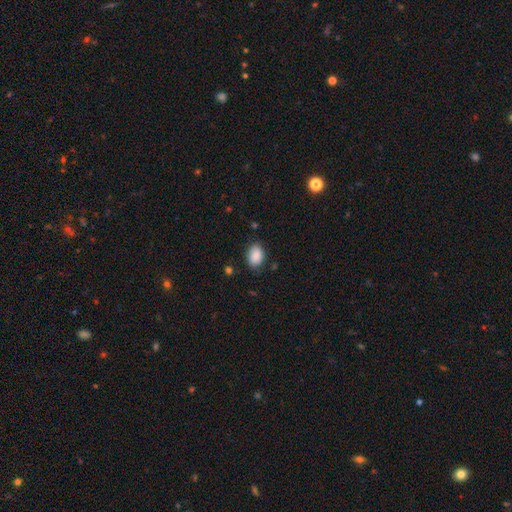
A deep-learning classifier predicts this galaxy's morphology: smooth 89%, star or artifact 7%, featured or disk 4%. Down the decision tree: how rounded — in between (83%); merging — none (79%).